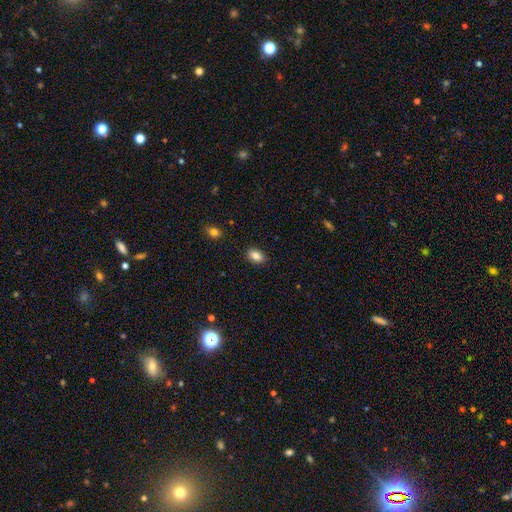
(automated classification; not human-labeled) smooth_or_featured: smooth (p=0.86) [alt: star or artifact p=0.09]
how_rounded: in between (p=0.83) [alt: round p=0.15]
merging: none (p=0.88) [alt: minor disturbance p=0.09]